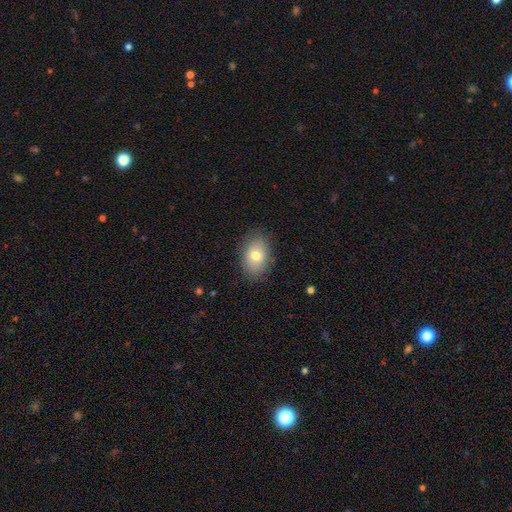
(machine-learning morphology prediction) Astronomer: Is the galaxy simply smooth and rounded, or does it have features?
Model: smooth — 76%.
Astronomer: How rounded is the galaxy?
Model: in between — 77%.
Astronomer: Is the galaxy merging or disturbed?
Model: none — 84%.